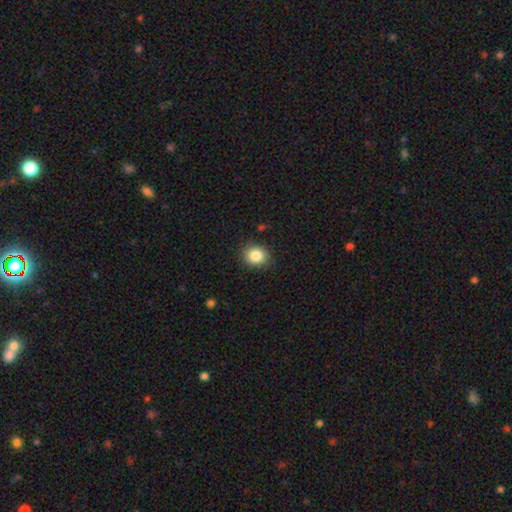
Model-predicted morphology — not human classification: Smooth or featured? smooth (85%)
How rounded? round (71%)
Merging? none (86%)